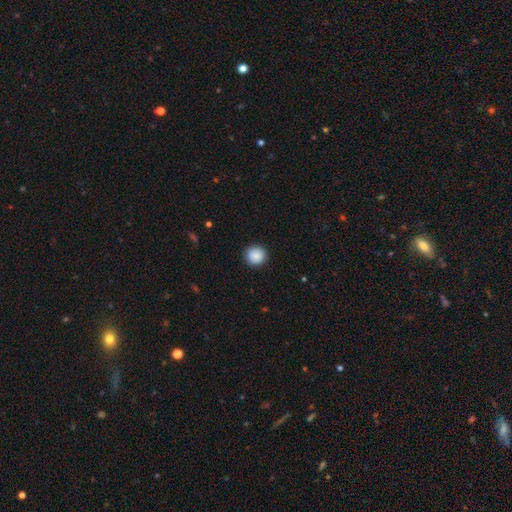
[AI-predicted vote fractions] Overall: smooth (89%). How rounded: round (94%). Merging: none (92%).